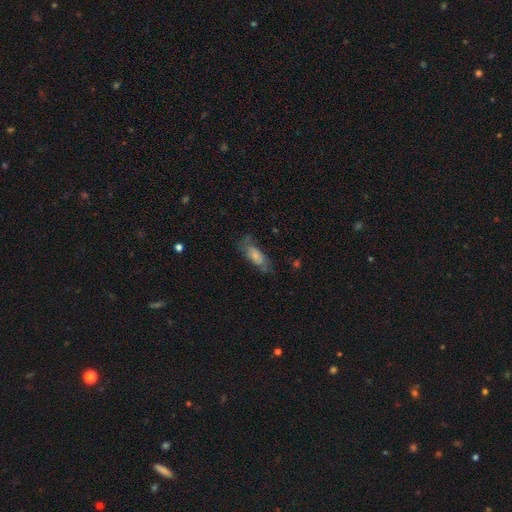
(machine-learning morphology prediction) smooth_or_featured: smooth (p=0.68) [alt: featured or disk p=0.24]
how_rounded: in between (p=0.74) [alt: cigar-shaped p=0.24]
merging: none (p=0.57) [alt: minor disturbance p=0.28]